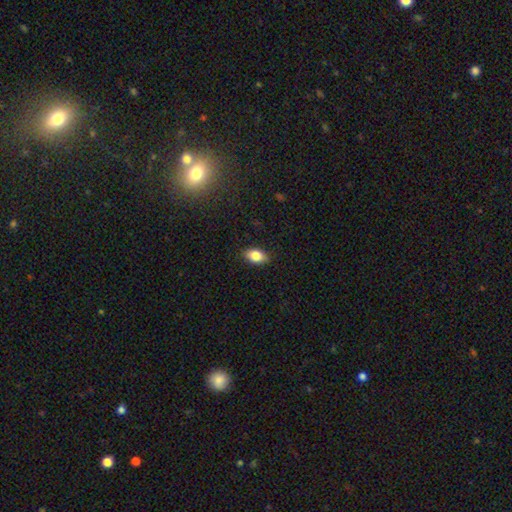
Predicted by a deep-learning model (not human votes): A smooth galaxy with no disk features (83%) that is in between round and cigar-shaped (89%). Merging: none (88%).